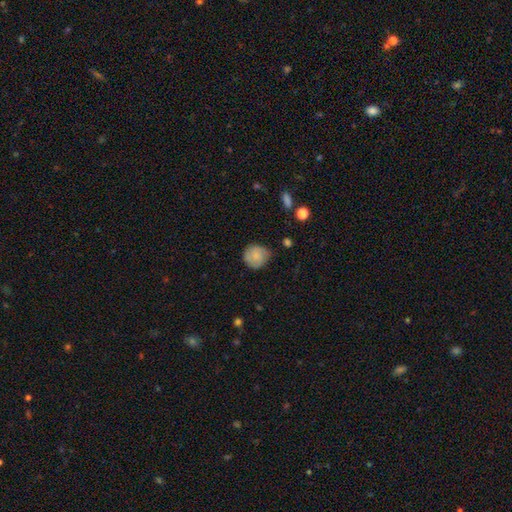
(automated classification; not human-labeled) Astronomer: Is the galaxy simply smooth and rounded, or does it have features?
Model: smooth — 75%.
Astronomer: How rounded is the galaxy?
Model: round — 85%.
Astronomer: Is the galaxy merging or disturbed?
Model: none — 65%.